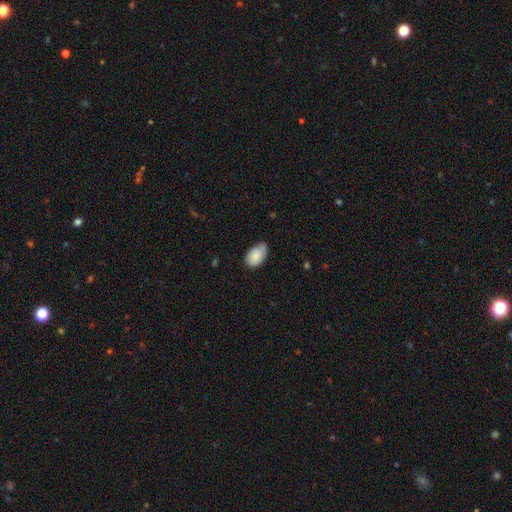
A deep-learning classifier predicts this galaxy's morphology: Overall: smooth (81%). How rounded: in between (91%). Merging: none (53%; minor disturbance 39%).